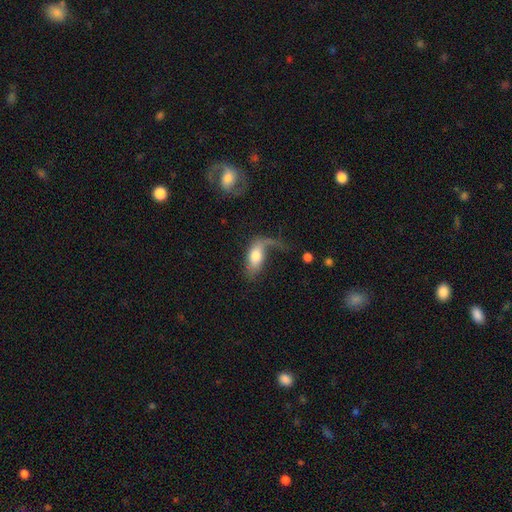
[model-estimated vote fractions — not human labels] Q: Smooth or featured?
A: smooth (62%); runner-up: featured or disk (31%)
Q: How rounded?
A: in between (83%); runner-up: cigar-shaped (12%)
Q: Merging?
A: major disturbance (44%); runner-up: none (27%)